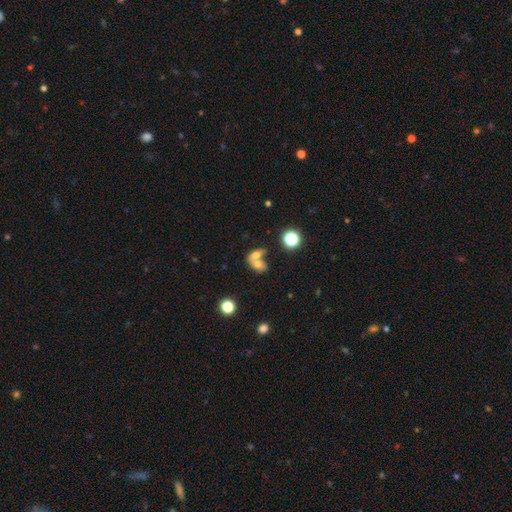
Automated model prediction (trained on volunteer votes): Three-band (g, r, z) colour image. It shows a smooth galaxy with no disk features (63%) that is in between round and cigar-shaped (70%). Merging: merger (71%).